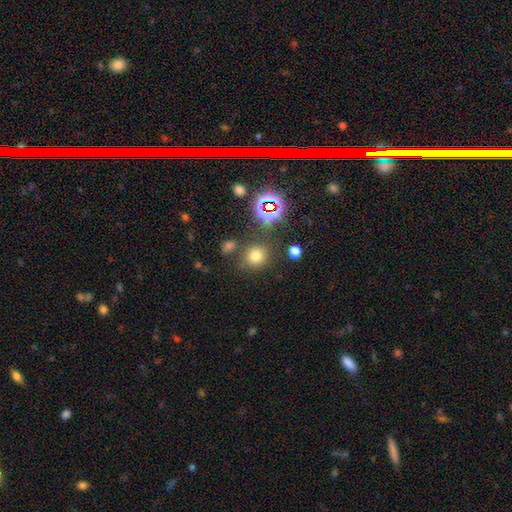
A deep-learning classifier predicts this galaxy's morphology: This appears to be a smooth galaxy with no disk features (69%) that is round (83%). Merging: none (77%).